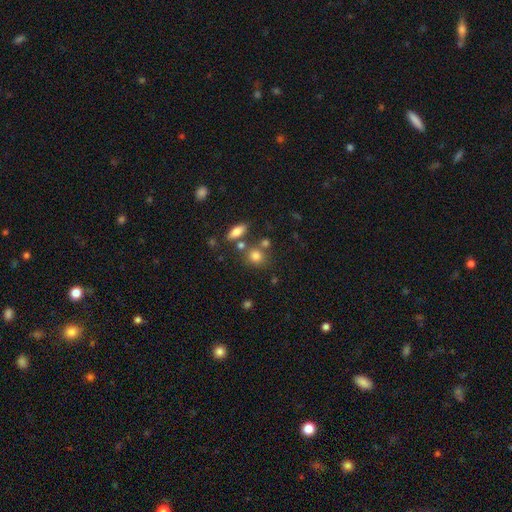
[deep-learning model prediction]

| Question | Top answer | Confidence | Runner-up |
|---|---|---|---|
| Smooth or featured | smooth | 79% | star or artifact (12%) |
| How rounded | round | 72% | in between (26%) |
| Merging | none | 63% | merger (20%) |